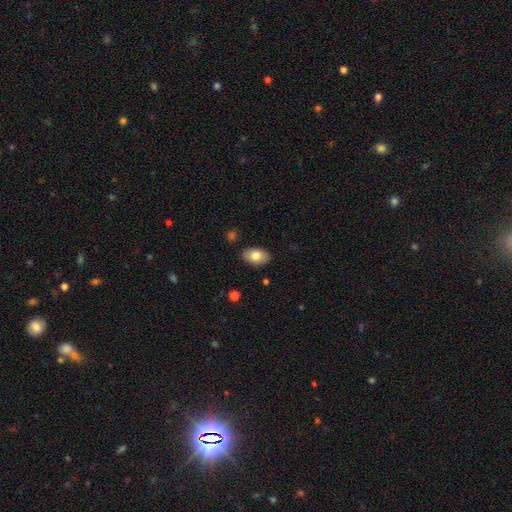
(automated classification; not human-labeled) Smooth or featured?
  - smooth: 79% *
  - featured or disk: 14%
  - star or artifact: 7%
How rounded?
  - in between: 92% *
  - round: 7%
  - cigar-shaped: 1%
Merging?
  - none: 87% *
  - minor disturbance: 10%
  - major disturbance: 2%
  - merger: 1%